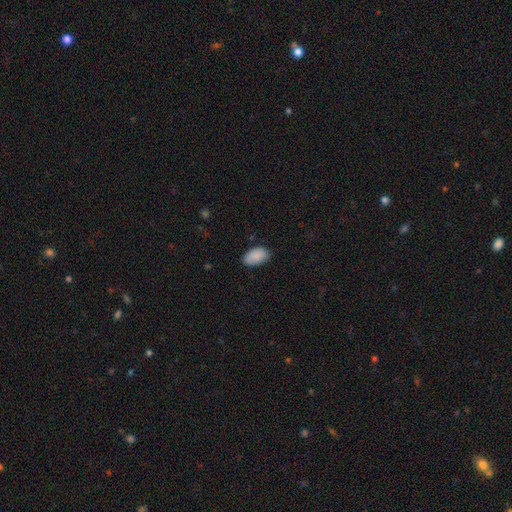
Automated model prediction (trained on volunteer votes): Overall: smooth (89%). How rounded: in between (95%). Merging: none (82%).